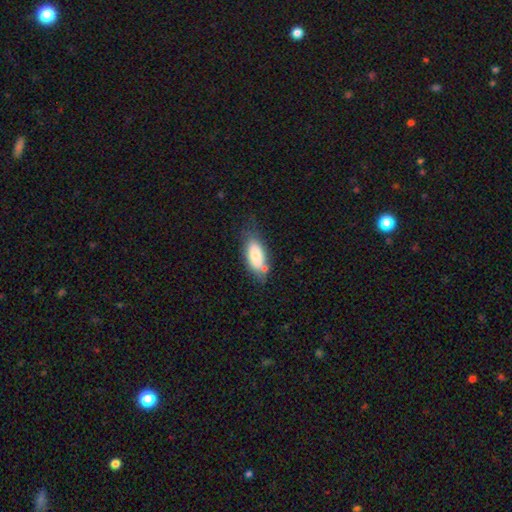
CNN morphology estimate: smooth 79%, featured or disk 14%, star or artifact 7%. Down the decision tree: how rounded — in between (85%); merging — none (59%).